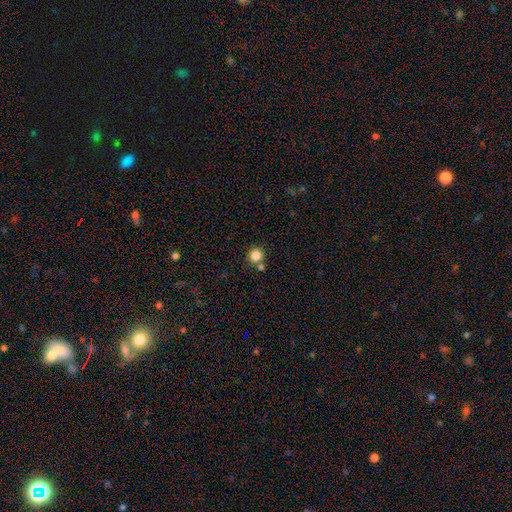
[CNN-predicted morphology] Smooth or featured? smooth (83%)
How rounded? round (93%)
Merging? none (74%)